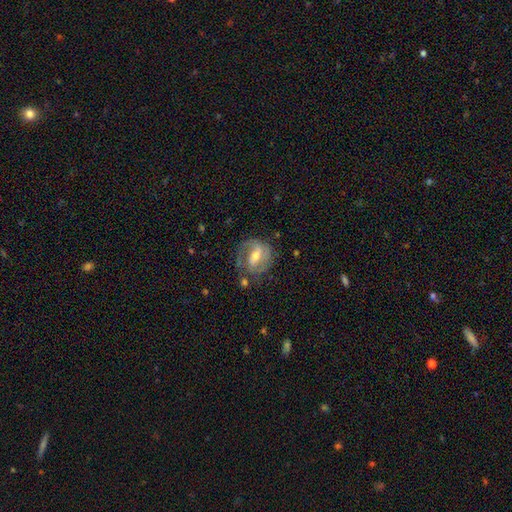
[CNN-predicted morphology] smooth-or-featured: featured or disk: 78% | smooth: 16% | star or artifact: 7%
  disk-edge-on: no: 96% | yes: 4%
    bar: weak: 45% | strong: 38% | no: 17%
    has-spiral-arms: yes: 88% | no: 12%
      spiral-winding: medium: 45% | tight: 38% | loose: 17%
      spiral-arm-count: 2: 68% | can't tell: 13% | 1: 12% | 3: 4% | 4: 1% | more than 4: 1%
    bulge-size: moderate: 59% | small: 34% | large: 4% | none: 2% | dominant: 1%
  merging: none: 64% | minor disturbance: 20% | major disturbance: 12% | merger: 4%